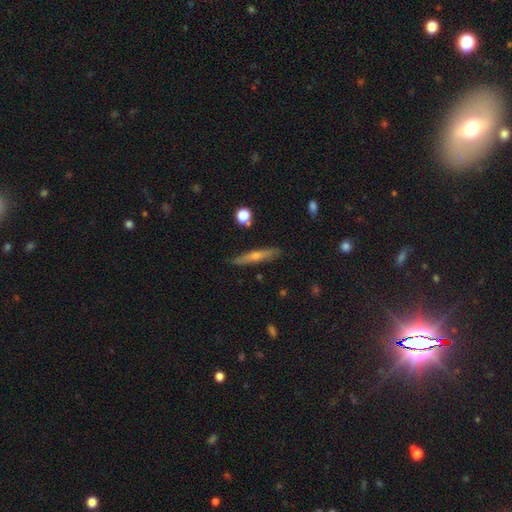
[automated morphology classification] This is possibly a featured or disk galaxy (56%). It is clearly viewed edge-on (93%). Edge-on bulge: likely rounded (76%). Merging: clearly none (87%).